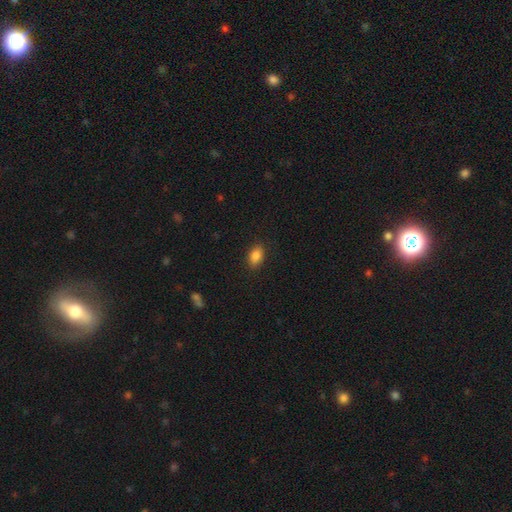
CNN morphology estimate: Smooth or featured: smooth — 87% (star or artifact — 9%)
How rounded: in between — 89% (round — 9%)
Merging: none — 88% (minor disturbance — 9%)